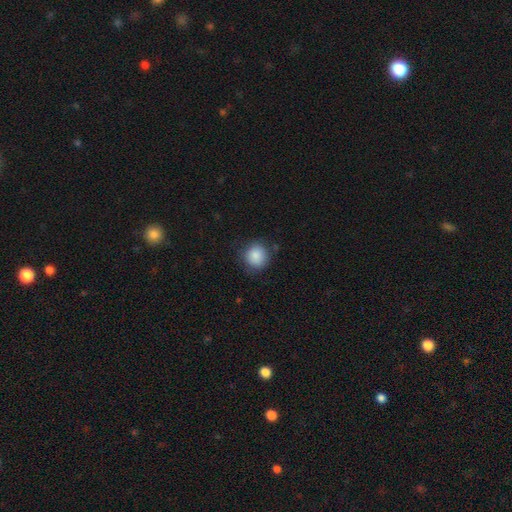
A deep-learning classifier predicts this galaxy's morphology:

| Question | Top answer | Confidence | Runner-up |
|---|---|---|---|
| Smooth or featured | smooth | 87% | star or artifact (8%) |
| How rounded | round | 85% | in between (14%) |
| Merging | none | 80% | minor disturbance (14%) |